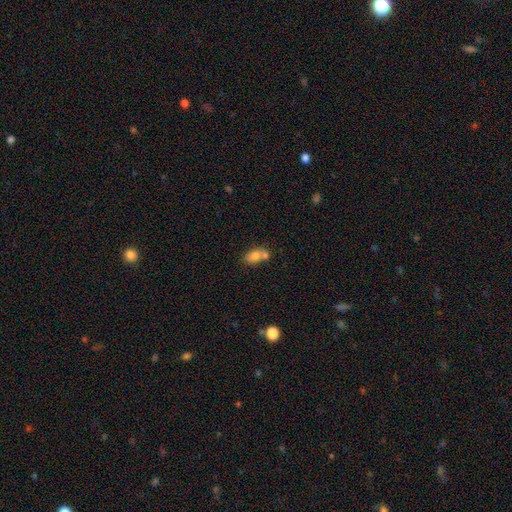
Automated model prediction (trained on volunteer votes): Q: Smooth or featured?
A: smooth (76%); runner-up: featured or disk (14%)
Q: How rounded?
A: in between (79%); runner-up: round (19%)
Q: Merging?
A: merger (46%); runner-up: none (37%)